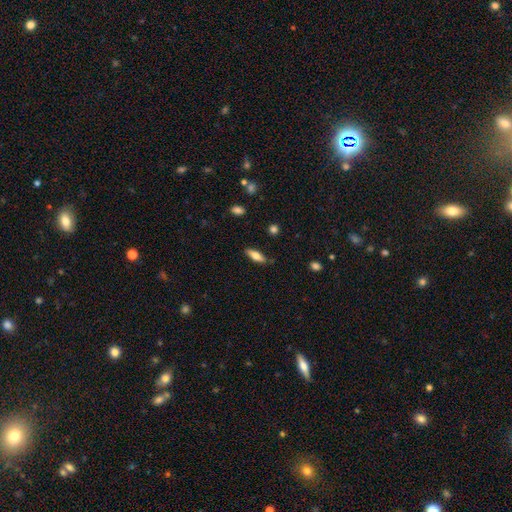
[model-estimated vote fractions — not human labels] Smooth or featured: smooth — 65% (featured or disk — 28%)
How rounded: in between — 59% (cigar-shaped — 38%)
Merging: none — 85% (minor disturbance — 11%)